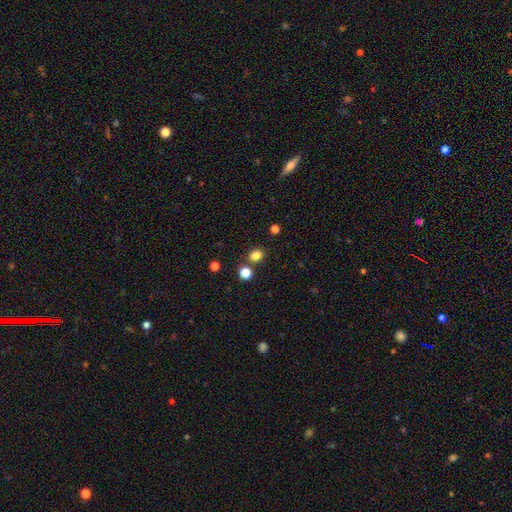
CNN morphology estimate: smooth 81%, star or artifact 14%, featured or disk 5%. Down the decision tree: how rounded — in between (50%); merging — none (76%).